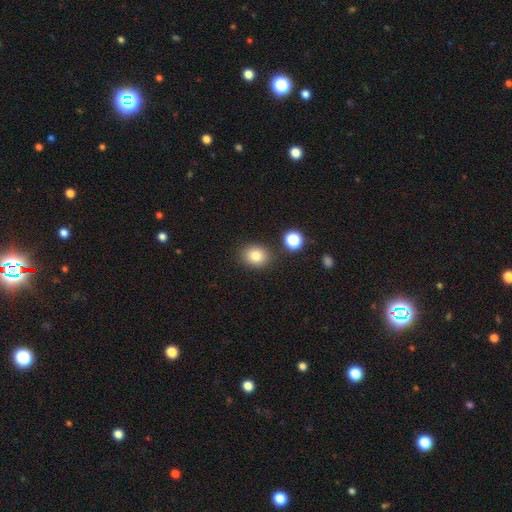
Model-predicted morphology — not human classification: The model was most divided on "how rounded": round: 60%, in between: 39%, cigar-shaped: 1%. More confident: merging — none (83%); smooth or featured — smooth (81%).